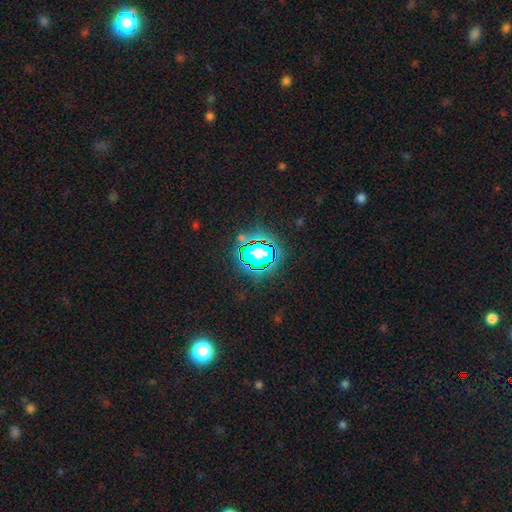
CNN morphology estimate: The model was most divided on "smooth or featured": star or artifact: 83%, smooth: 11%, featured or disk: 6%.